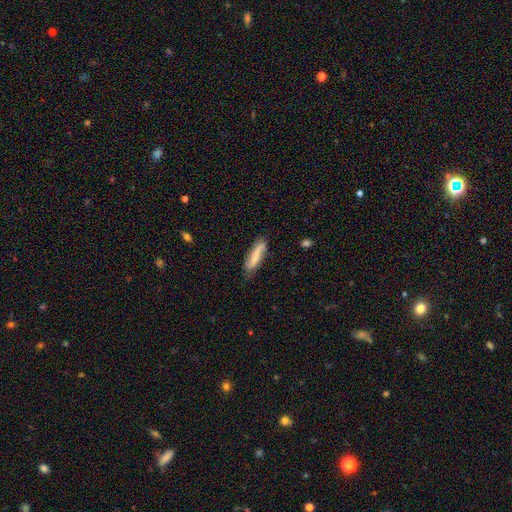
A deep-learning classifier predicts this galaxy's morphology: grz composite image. It shows a smooth galaxy with no disk features (49%). Merging: none (70%).